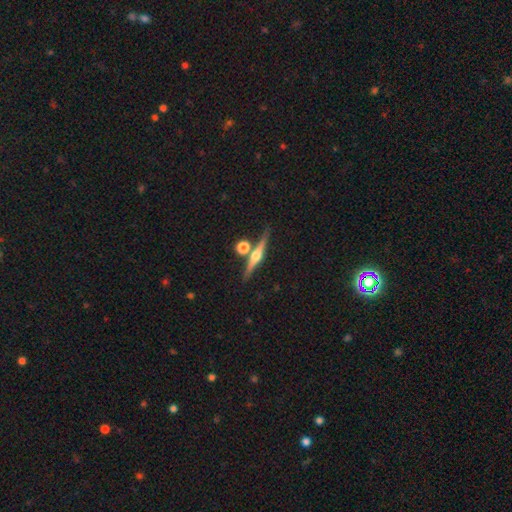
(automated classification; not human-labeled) smooth_or_featured: featured or disk (p=0.77) [alt: smooth p=0.17]
disk_edge_on: yes (p=0.97) [alt: no p=0.03]
edge_on_bulge: rounded (p=0.94) [alt: boxy p=0.03]
merging: none (p=0.76) [alt: merger p=0.13]